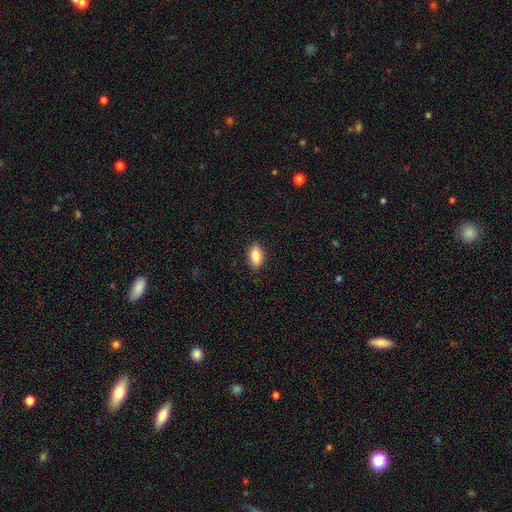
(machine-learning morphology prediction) The model was most divided on "smooth or featured": smooth: 83%, featured or disk: 9%, star or artifact: 7%. More confident: how rounded — in between (89%); merging — none (88%).